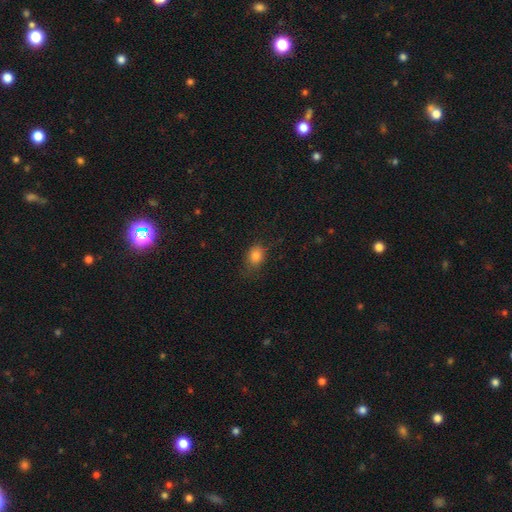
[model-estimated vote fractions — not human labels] Morphology: type=smooth (82%); roundness=in between (57%); merging=none (69%).